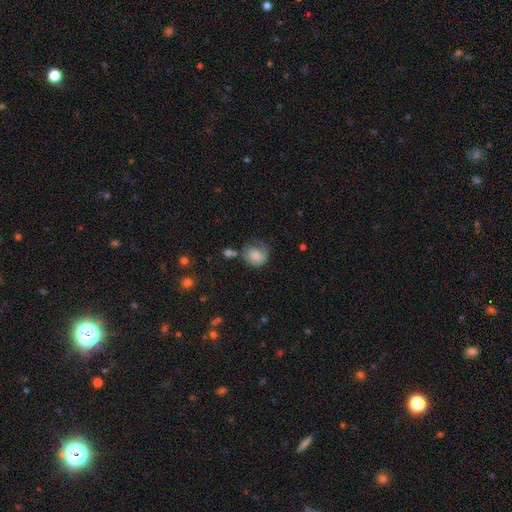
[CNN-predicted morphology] A smooth galaxy with no disk features (69%) that is round (72%).

Vote fractions:
- Smooth or featured? smooth: 69% / featured or disk: 22% / star or artifact: 8%
- How rounded? round: 72% / in between: 27% / cigar-shaped: 1%
- Merging? none: 35% / minor disturbance: 29% / major disturbance: 28% / merger: 8%